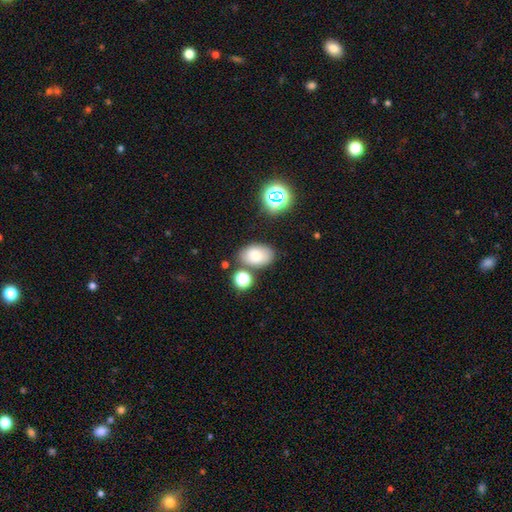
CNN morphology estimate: This is likely a smooth galaxy (77%). How rounded: clearly in between (89%). Merging: likely none (72%).